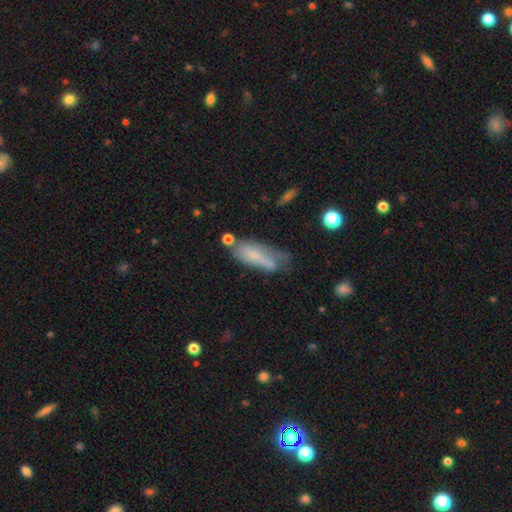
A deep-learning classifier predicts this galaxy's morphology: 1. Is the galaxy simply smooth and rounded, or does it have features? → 63% smooth, 28% featured or disk, 9% star or artifact.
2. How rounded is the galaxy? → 62% in between, 36% cigar-shaped, 2% round.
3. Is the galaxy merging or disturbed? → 32% minor disturbance, 29% none, 25% major disturbance, 14% merger.